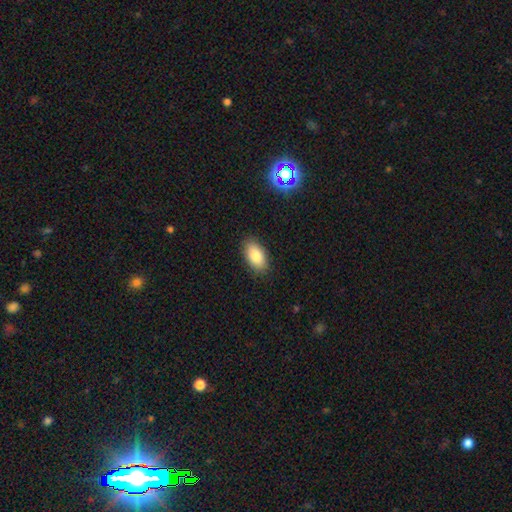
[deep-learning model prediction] Smooth or featured?
  - smooth: 85% *
  - star or artifact: 7%
  - featured or disk: 7%
How rounded?
  - in between: 94% *
  - round: 4%
  - cigar-shaped: 2%
Merging?
  - none: 87% *
  - minor disturbance: 9%
  - major disturbance: 2%
  - merger: 1%